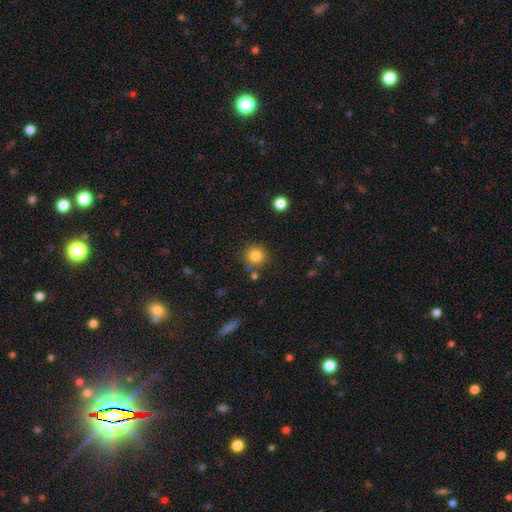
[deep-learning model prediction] The model was most divided on "smooth or featured": smooth: 82%, star or artifact: 11%, featured or disk: 6%. More confident: how rounded — round (93%); merging — none (81%).